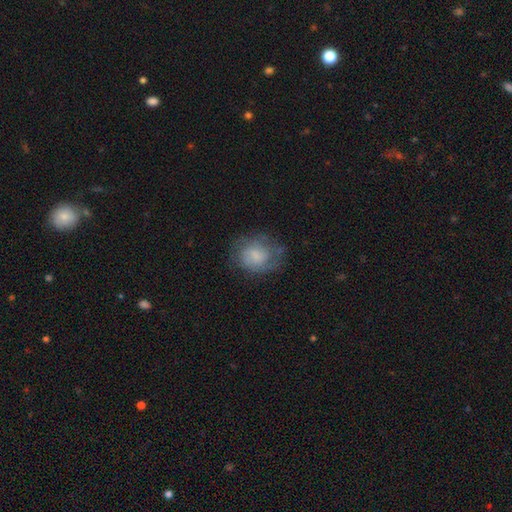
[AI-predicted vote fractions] Smooth or featured? smooth (47%)
Merging? none (63%)